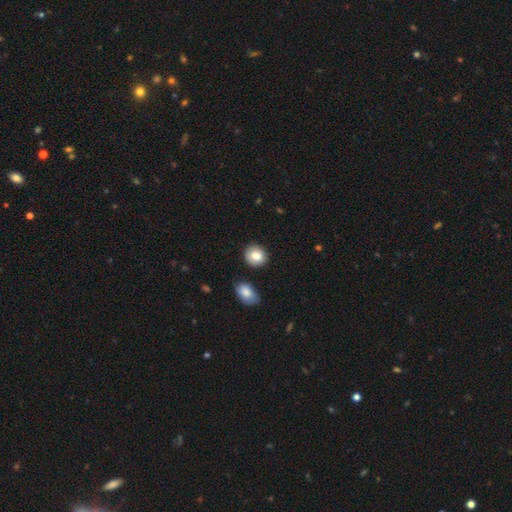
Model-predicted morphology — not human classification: smooth-or-featured: smooth: 84% | featured or disk: 9% | star or artifact: 8%
  how-rounded: round: 79% | in between: 20% | cigar-shaped: 1%
  merging: none: 85% | minor disturbance: 9% | merger: 4% | major disturbance: 2%